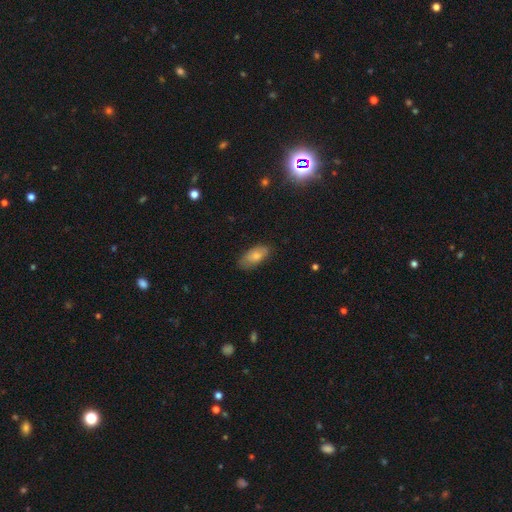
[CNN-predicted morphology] Q: Smooth or featured?
A: smooth (79%); runner-up: featured or disk (14%)
Q: How rounded?
A: in between (89%); runner-up: cigar-shaped (8%)
Q: Merging?
A: none (77%); runner-up: minor disturbance (18%)